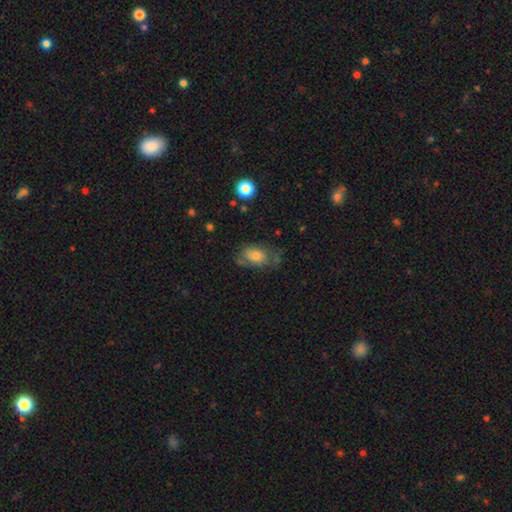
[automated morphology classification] Smooth or featured: smooth — 61% (featured or disk — 30%)
How rounded: in between — 82% (round — 16%)
Merging: none — 48% (minor disturbance — 29%)